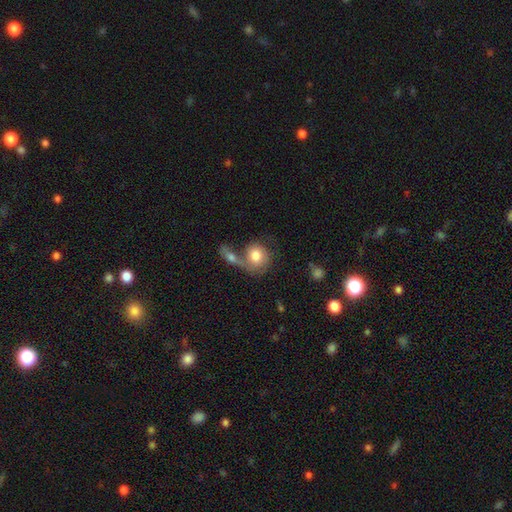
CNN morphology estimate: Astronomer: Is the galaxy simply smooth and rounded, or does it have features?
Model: smooth — 71%.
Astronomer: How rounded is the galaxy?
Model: round — 73%.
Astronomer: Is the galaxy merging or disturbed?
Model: merger — 54%.